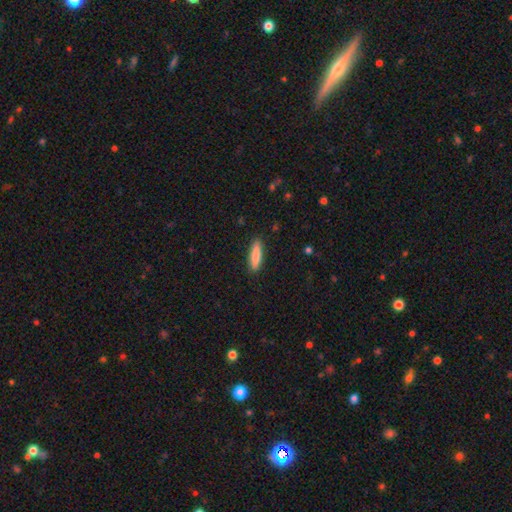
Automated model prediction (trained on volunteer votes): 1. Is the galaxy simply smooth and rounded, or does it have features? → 82% smooth, 12% featured or disk, 6% star or artifact.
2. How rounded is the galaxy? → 71% cigar-shaped, 27% in between, 2% round.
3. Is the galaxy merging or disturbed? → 90% none, 8% minor disturbance, 2% major disturbance, 1% merger.